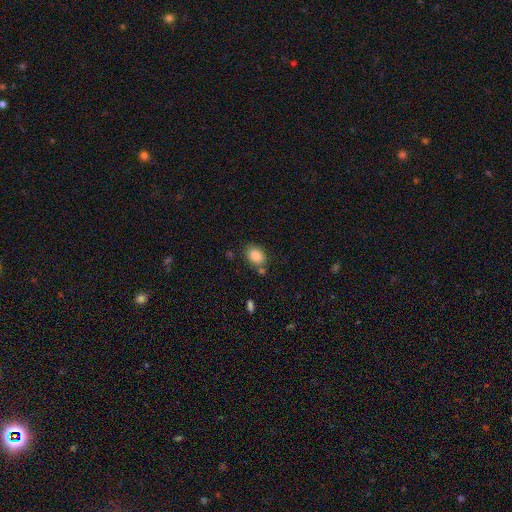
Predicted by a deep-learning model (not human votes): Smooth or featured? smooth (85%)
How rounded? in between (73%)
Merging? none (75%)